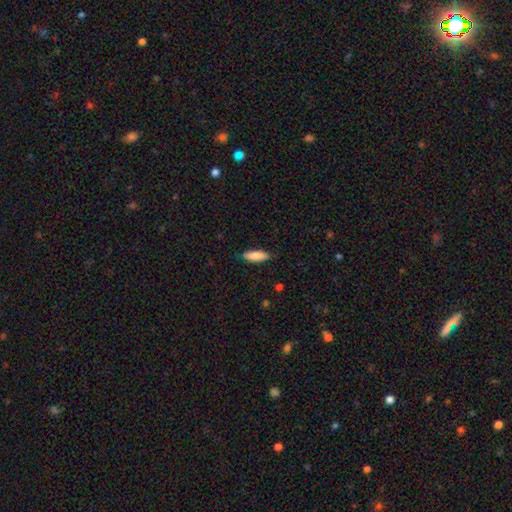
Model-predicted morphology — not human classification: Overall: smooth (85%). How rounded: in between (66%; cigar-shaped 32%). Merging: none (83%).